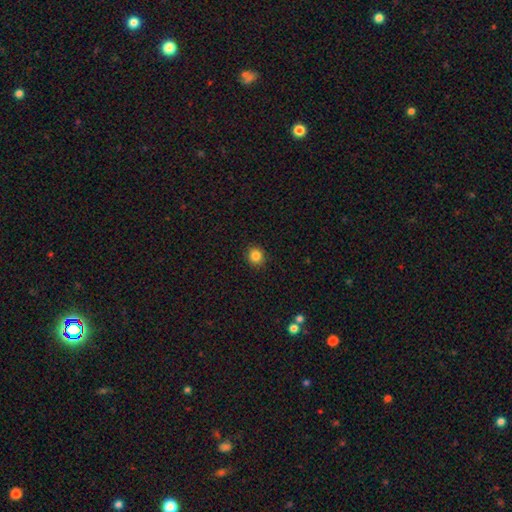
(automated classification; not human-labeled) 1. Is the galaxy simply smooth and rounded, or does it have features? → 84% smooth, 11% star or artifact, 5% featured or disk.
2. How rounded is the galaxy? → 85% round, 14% in between, 1% cigar-shaped.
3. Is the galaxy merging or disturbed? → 91% none, 6% minor disturbance, 2% major disturbance, 1% merger.